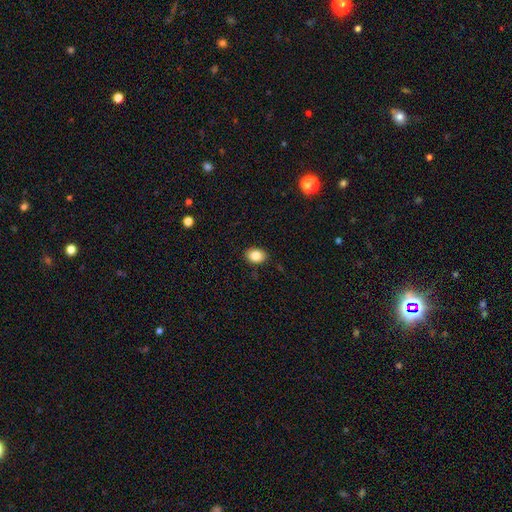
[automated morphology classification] Q: Smooth or featured?
A: smooth (84%); runner-up: star or artifact (9%)
Q: How rounded?
A: in between (68%); runner-up: round (31%)
Q: Merging?
A: none (89%); runner-up: minor disturbance (8%)